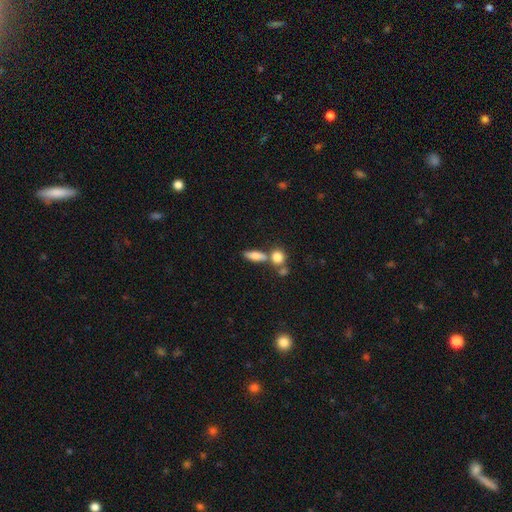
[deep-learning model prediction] smooth 75%, featured or disk 17%, star or artifact 9%. Down the decision tree: how rounded — in between (54%); merging — none (54%).